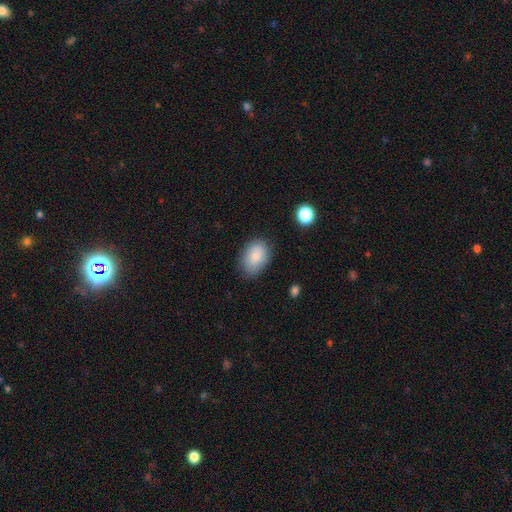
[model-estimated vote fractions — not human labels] Morphology: type=smooth (83%); roundness=in between (83%); merging=none (77%).